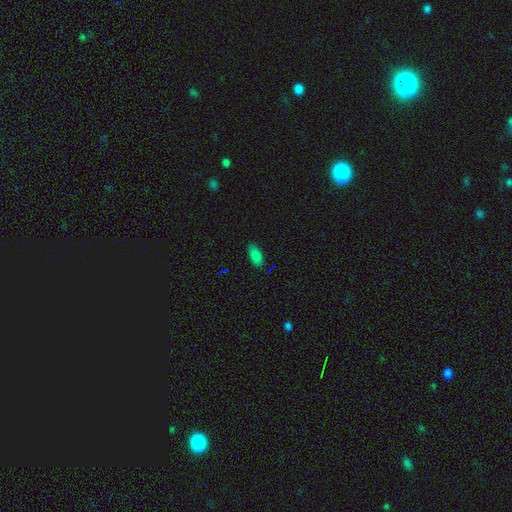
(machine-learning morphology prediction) smooth 83%, star or artifact 11%, featured or disk 6%. Down the decision tree: how rounded — in between (87%); merging — none (85%).